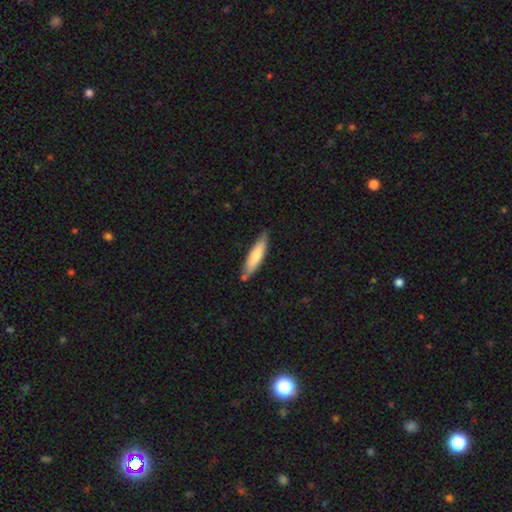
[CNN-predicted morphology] Overall: smooth (70%). How rounded: cigar-shaped (81%). Merging: none (79%).